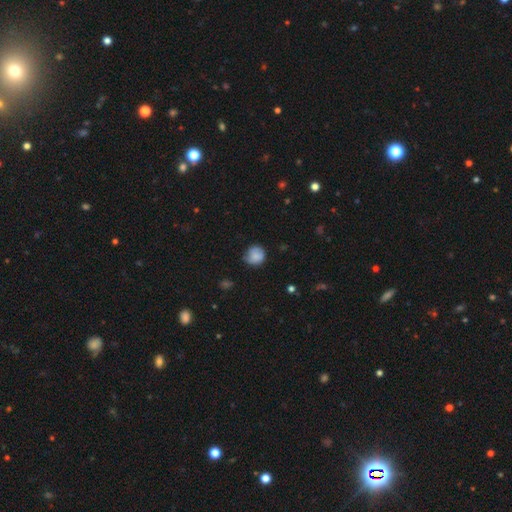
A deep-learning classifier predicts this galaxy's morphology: This appears to be a smooth galaxy with no disk features (79%) that is round (83%). Merging: none (62%).